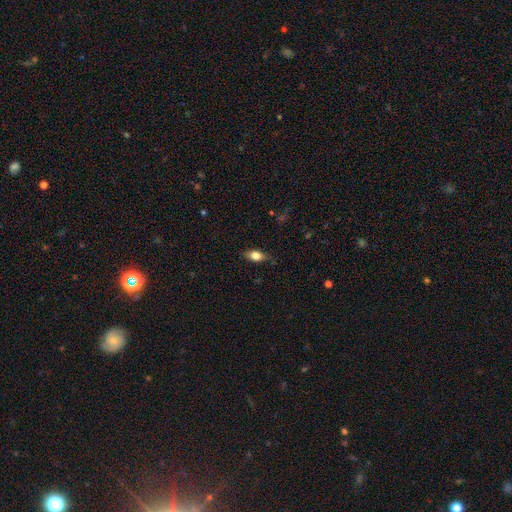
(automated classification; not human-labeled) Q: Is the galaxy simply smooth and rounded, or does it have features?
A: smooth — 72%.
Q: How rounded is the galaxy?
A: in between — 82%.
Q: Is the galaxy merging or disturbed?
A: none — 78%.